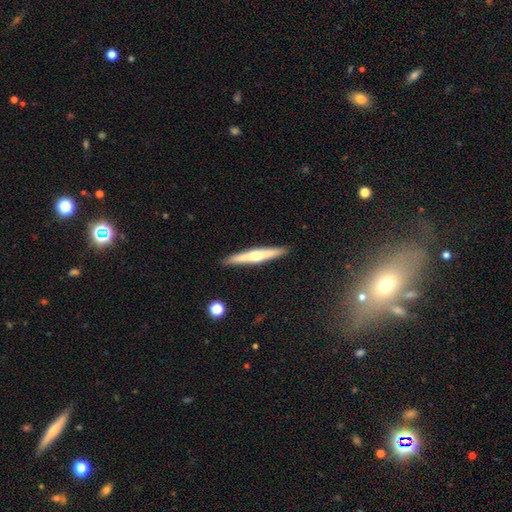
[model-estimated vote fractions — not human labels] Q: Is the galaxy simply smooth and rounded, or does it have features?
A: featured or disk — 61%.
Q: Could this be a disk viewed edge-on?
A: yes — 97%.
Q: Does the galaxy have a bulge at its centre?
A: rounded — 87%.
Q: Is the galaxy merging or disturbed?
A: none — 91%.